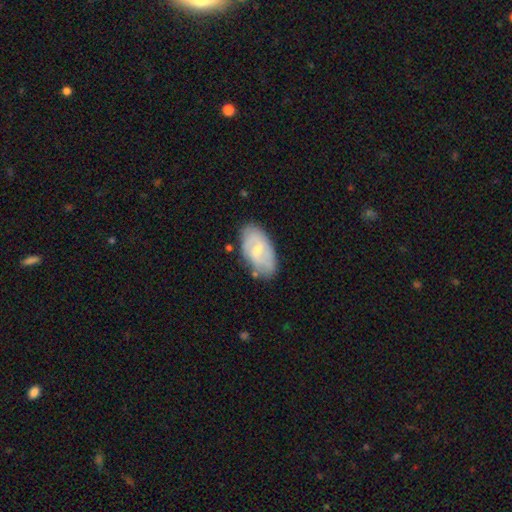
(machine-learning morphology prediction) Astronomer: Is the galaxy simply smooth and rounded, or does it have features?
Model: featured or disk — 54% (runner-up: smooth, 40%).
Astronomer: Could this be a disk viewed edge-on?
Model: no — 94%.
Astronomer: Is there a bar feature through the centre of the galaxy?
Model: weak — 49% (runner-up: no, 41%).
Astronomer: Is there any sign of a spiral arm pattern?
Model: yes — 70%.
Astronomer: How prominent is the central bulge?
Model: small — 51% (runner-up: moderate, 43%).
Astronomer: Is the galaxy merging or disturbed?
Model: none — 72%.